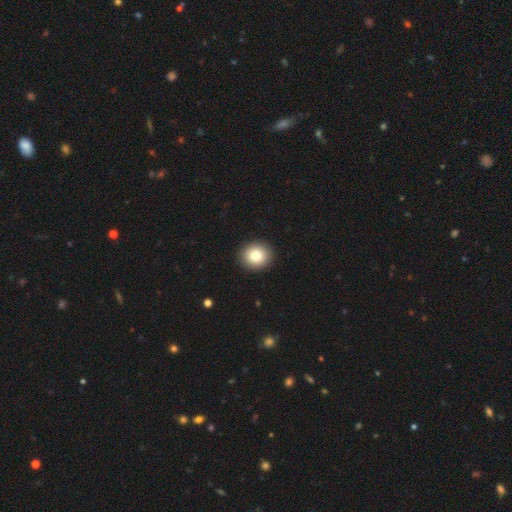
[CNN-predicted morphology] smooth-or-featured: smooth: 81% | featured or disk: 9% | star or artifact: 9%
  how-rounded: round: 81% | in between: 18% | cigar-shaped: 1%
  merging: none: 92% | minor disturbance: 5% | major disturbance: 2% | merger: 1%